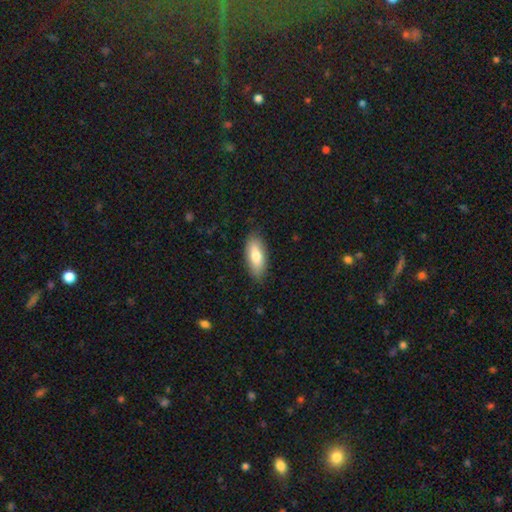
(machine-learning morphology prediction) Overall: smooth (76%). How rounded: in between (77%). Merging: none (85%).